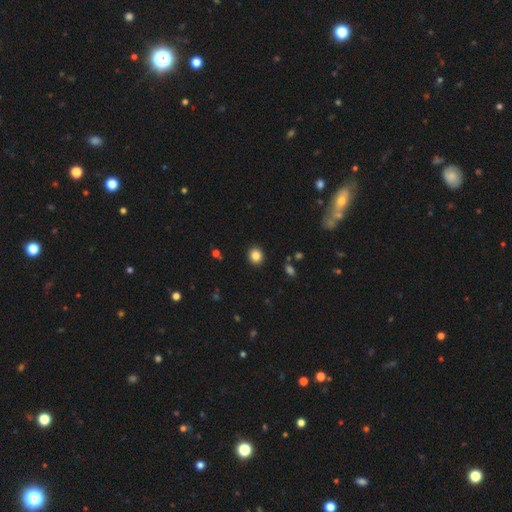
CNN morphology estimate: Smooth or featured: smooth — 85% (star or artifact — 10%)
How rounded: round — 75% (in between — 24%)
Merging: none — 91% (minor disturbance — 6%)